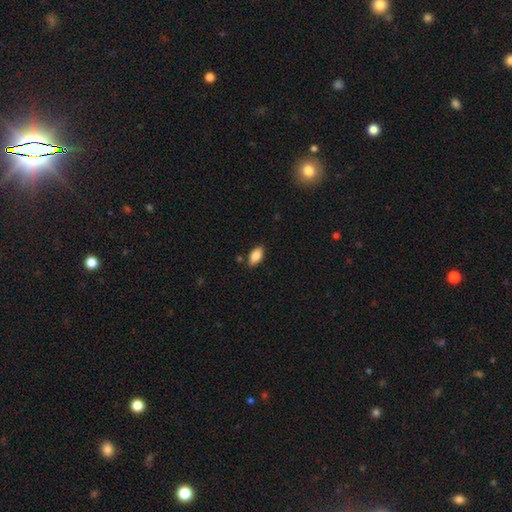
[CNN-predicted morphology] Smooth or featured: smooth — 84% (featured or disk — 9%)
How rounded: in between — 90% (cigar-shaped — 7%)
Merging: none — 82% (minor disturbance — 13%)